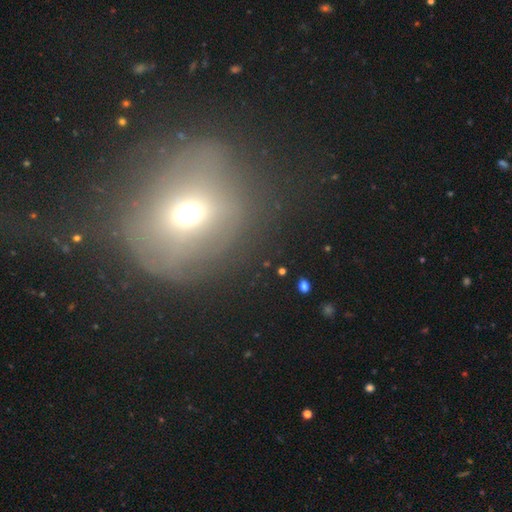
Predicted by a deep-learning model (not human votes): smooth 48%, star or artifact 26%, featured or disk 26%. Down the decision tree: merging — none (66%).